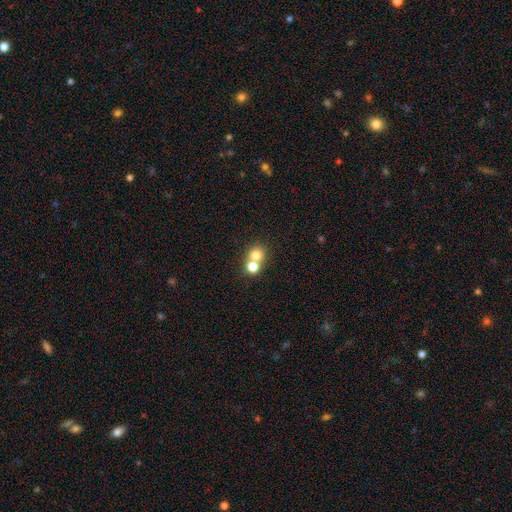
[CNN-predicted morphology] A smooth galaxy with no disk features (75%) that is round (83%). Merging: merger (53%).